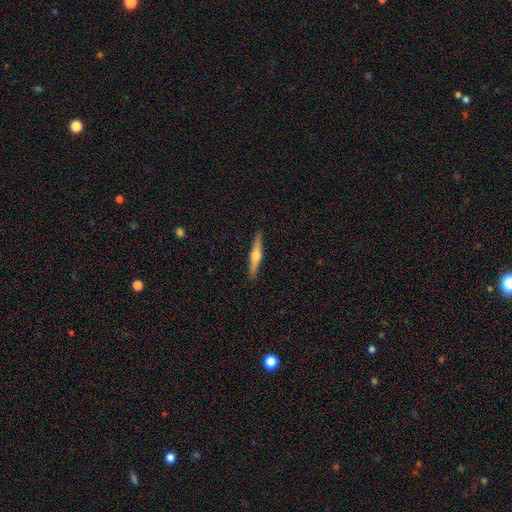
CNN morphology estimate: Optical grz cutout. It shows a featured or disk galaxy (59%) viewed edge-on (97%) with a rounded central bulge (92%). Merging: none (91%).